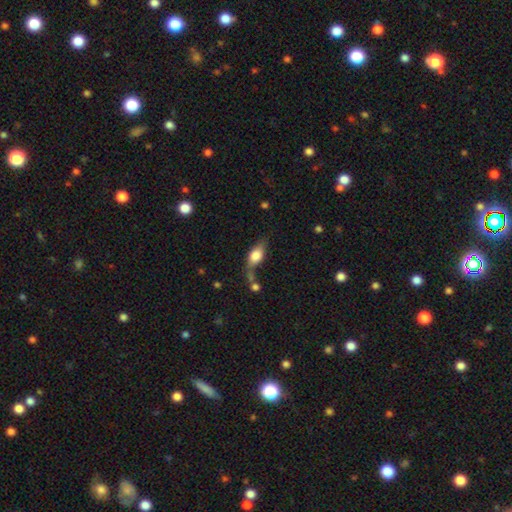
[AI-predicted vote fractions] A smooth galaxy with no disk features (66%) that is in between round and cigar-shaped (80%). Merging: none (42%).